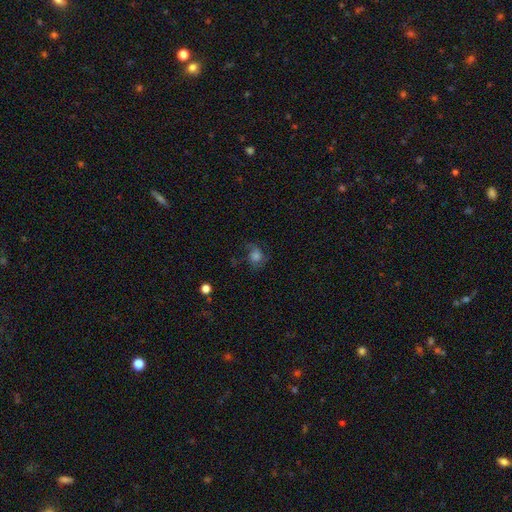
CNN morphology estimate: type=smooth (43%); merging=none (56%).